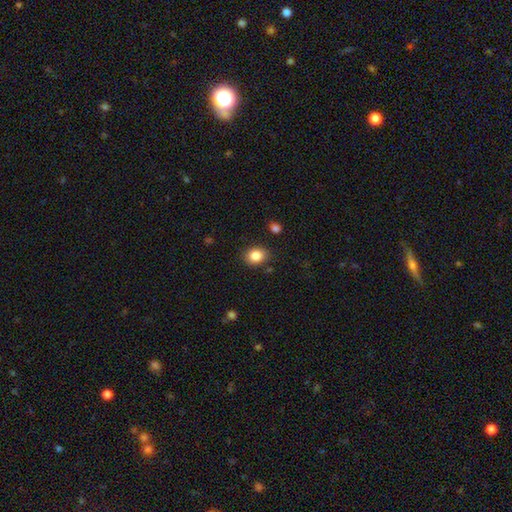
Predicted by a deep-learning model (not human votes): Morphology: type=smooth (85%); roundness=round (58%); merging=none (86%).